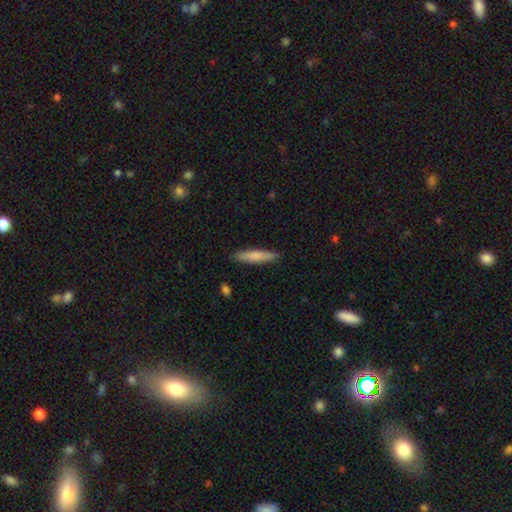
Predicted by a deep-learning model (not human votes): smooth_or_featured: smooth (p=0.73) [alt: featured or disk p=0.21]
how_rounded: cigar-shaped (p=0.89) [alt: in between p=0.10]
merging: none (p=0.88) [alt: minor disturbance p=0.09]